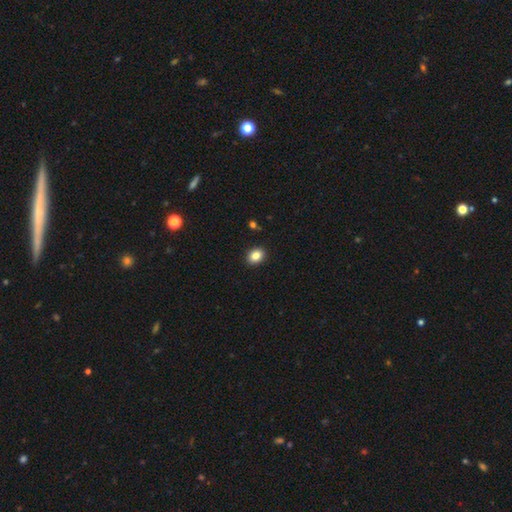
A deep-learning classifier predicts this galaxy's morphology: Smooth or featured?
  - smooth: 85% *
  - star or artifact: 10%
  - featured or disk: 6%
How rounded?
  - in between: 59% *
  - round: 40%
  - cigar-shaped: 1%
Merging?
  - none: 91% *
  - minor disturbance: 6%
  - major disturbance: 2%
  - merger: 1%